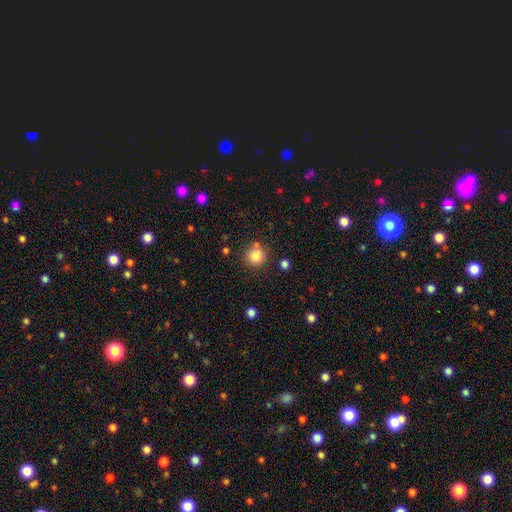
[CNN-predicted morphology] Q: Smooth or featured?
A: smooth (83%); runner-up: star or artifact (11%)
Q: How rounded?
A: round (90%); runner-up: in between (9%)
Q: Merging?
A: none (74%); runner-up: minor disturbance (12%)